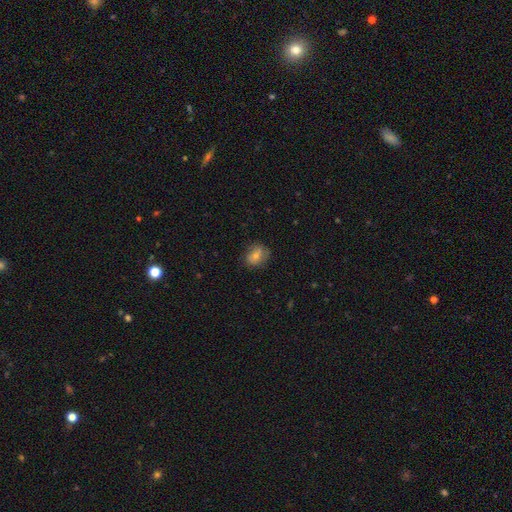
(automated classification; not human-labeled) Q: Smooth or featured?
A: smooth (59%); runner-up: featured or disk (28%)
Q: How rounded?
A: round (56%); runner-up: in between (43%)
Q: Merging?
A: none (75%); runner-up: minor disturbance (19%)